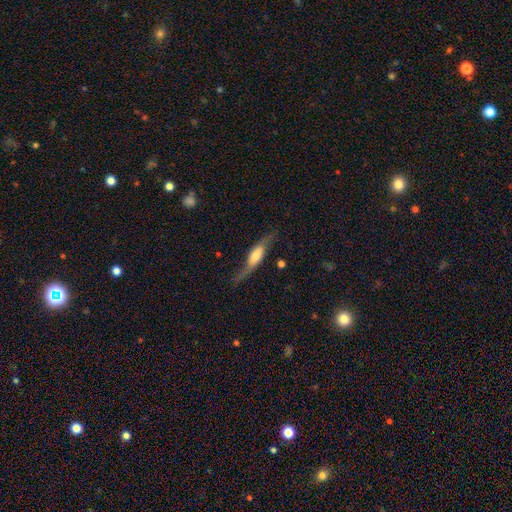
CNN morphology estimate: A featured or disk galaxy (63%) viewed edge-on (61%). Merging: none (66%).